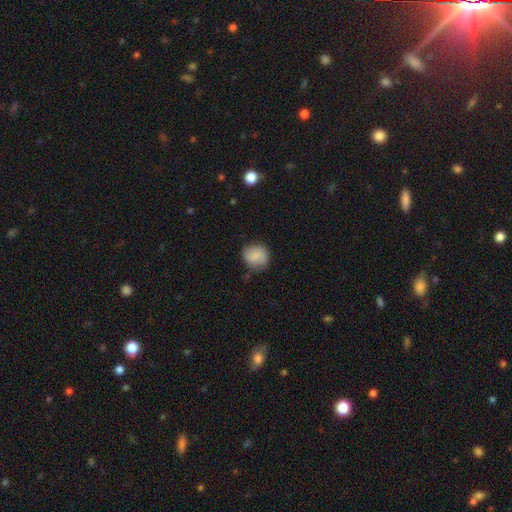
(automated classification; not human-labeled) smooth 83%, featured or disk 10%, star or artifact 8%. Down the decision tree: how rounded — round (83%); merging — none (77%).